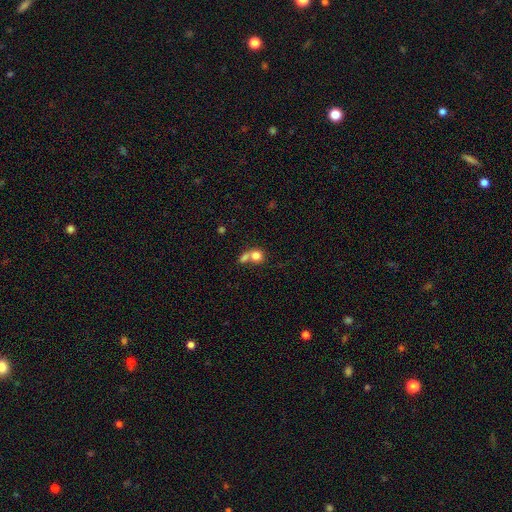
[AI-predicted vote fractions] The model was most divided on "merging": merger: 57%, none: 31%, minor disturbance: 8%, major disturbance: 5%. More confident: smooth or featured — smooth (78%); how rounded — round (77%).